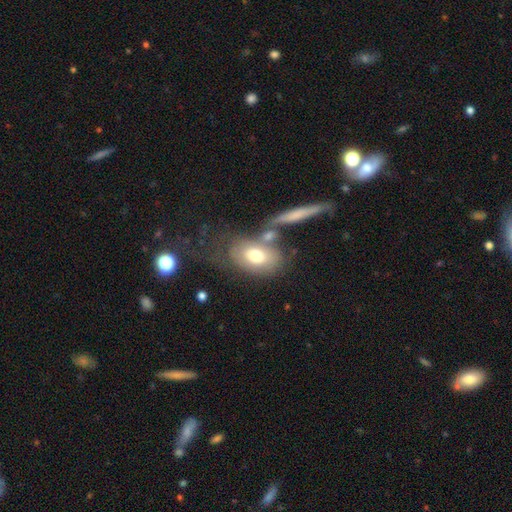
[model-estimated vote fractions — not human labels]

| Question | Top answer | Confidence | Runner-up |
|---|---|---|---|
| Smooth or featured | smooth | 67% | featured or disk (25%) |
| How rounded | in between | 84% | round (13%) |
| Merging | none | 45% | merger (26%) |